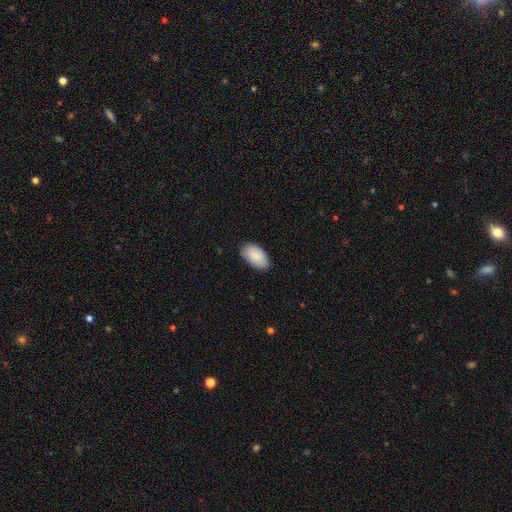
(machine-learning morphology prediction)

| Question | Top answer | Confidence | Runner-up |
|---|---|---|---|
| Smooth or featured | smooth | 88% | featured or disk (6%) |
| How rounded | in between | 95% | round (3%) |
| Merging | none | 82% | minor disturbance (15%) |